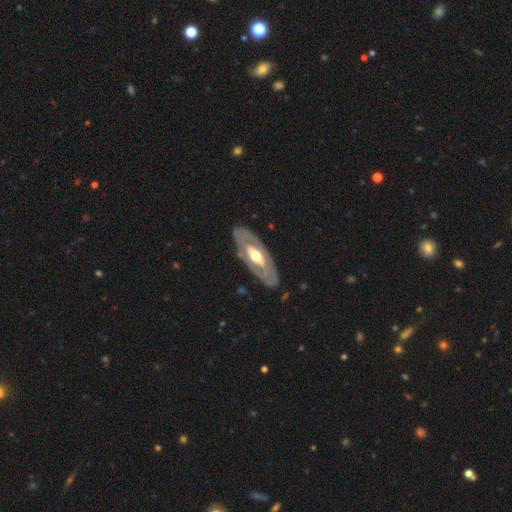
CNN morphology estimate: smooth-or-featured: featured or disk: 69% | smooth: 27% | star or artifact: 4%
  disk-edge-on: no: 82% | yes: 18%
    bar: no: 64% | weak: 21% | strong: 15%
    has-spiral-arms: no: 74% | yes: 26%
    bulge-size: moderate: 71% | large: 16% | small: 12% | dominant: 1% | none: 1%
  merging: none: 83% | minor disturbance: 12% | major disturbance: 4% | merger: 1%